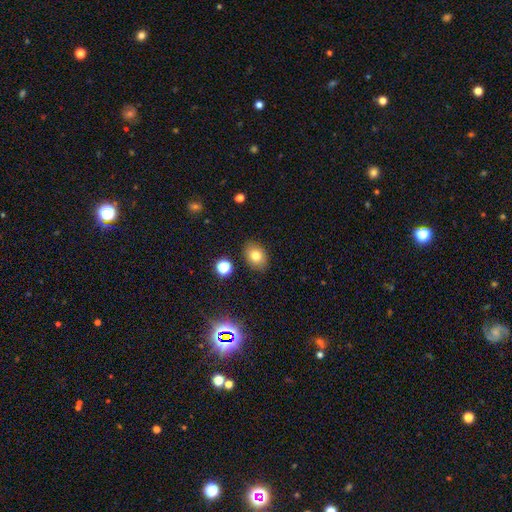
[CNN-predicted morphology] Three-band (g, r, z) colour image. It shows a smooth galaxy with no disk features (77%) that is in between round and cigar-shaped (65%). Merging: none (85%).